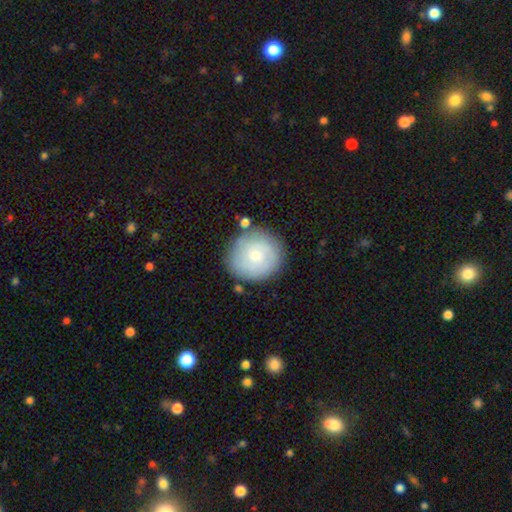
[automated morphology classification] A smooth galaxy with no disk features (61%) that is round (91%). Merging: none (78%).